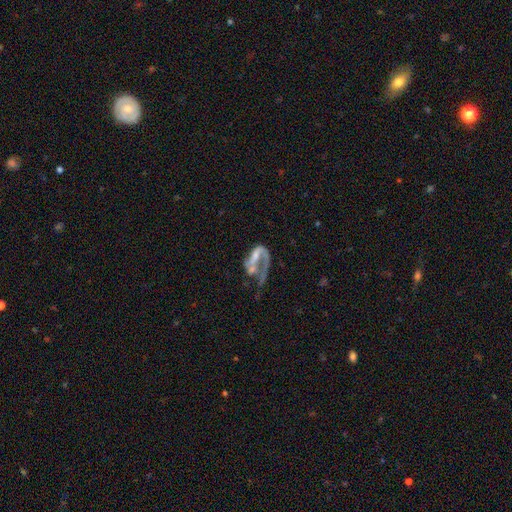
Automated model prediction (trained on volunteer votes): smooth-or-featured: featured or disk: 77% | smooth: 15% | star or artifact: 8%
  disk-edge-on: no: 96% | yes: 4%
    bar: no: 49% | weak: 32% | strong: 19%
    has-spiral-arms: yes: 74% | no: 26%
      spiral-winding: loose: 54% | medium: 31% | tight: 15%
      spiral-arm-count: 1: 70% | 2: 21% | can't tell: 6% | 3: 2% | 4: 1% | more than 4: 1%
    bulge-size: small: 39% | none: 28% | moderate: 27% | large: 4% | dominant: 2%
  merging: major disturbance: 43% | merger: 23% | none: 23% | minor disturbance: 12%